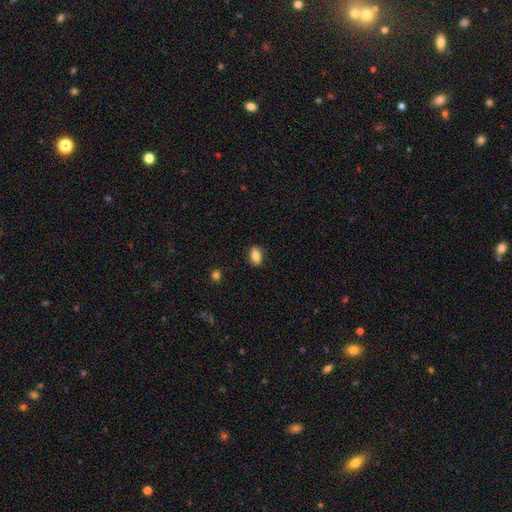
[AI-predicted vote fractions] smooth_or_featured: smooth (p=0.80) [alt: featured or disk p=0.12]
how_rounded: in between (p=0.85) [alt: round p=0.09]
merging: none (p=0.83) [alt: minor disturbance p=0.13]